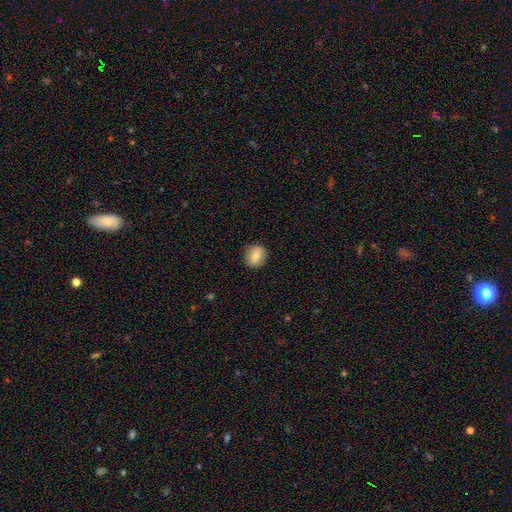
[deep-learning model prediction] smooth_or_featured: smooth (p=0.79) [alt: featured or disk p=0.12]
how_rounded: round (p=0.73) [alt: in between p=0.26]
merging: none (p=0.89) [alt: minor disturbance p=0.08]